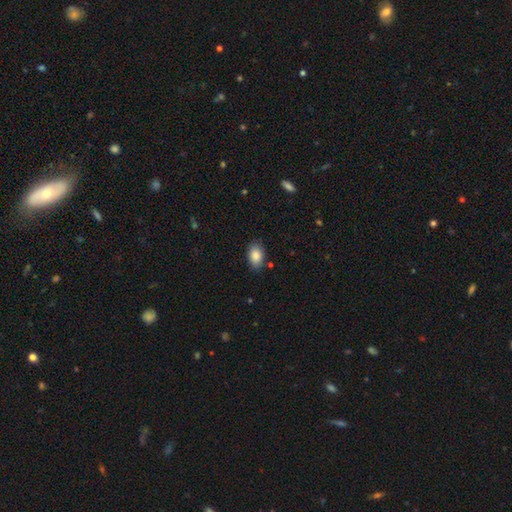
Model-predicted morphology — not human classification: smooth-or-featured: smooth: 87% | star or artifact: 7% | featured or disk: 5%
  how-rounded: in between: 90% | round: 9% | cigar-shaped: 1%
  merging: none: 84% | minor disturbance: 12% | major disturbance: 3% | merger: 2%